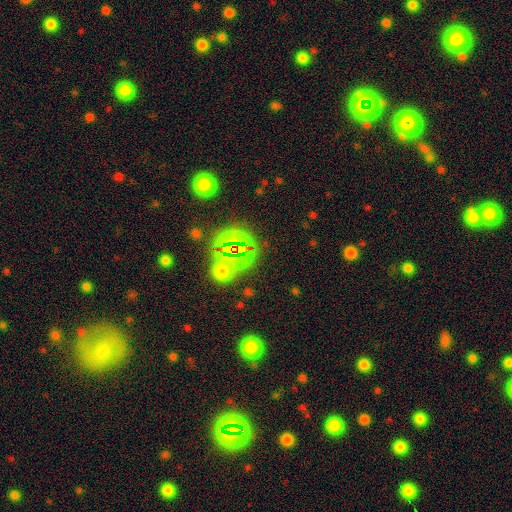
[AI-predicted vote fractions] A star or artifact, not a galaxy (67%).

Vote fractions:
- Smooth or featured? star or artifact: 67% / smooth: 22% / featured or disk: 10%